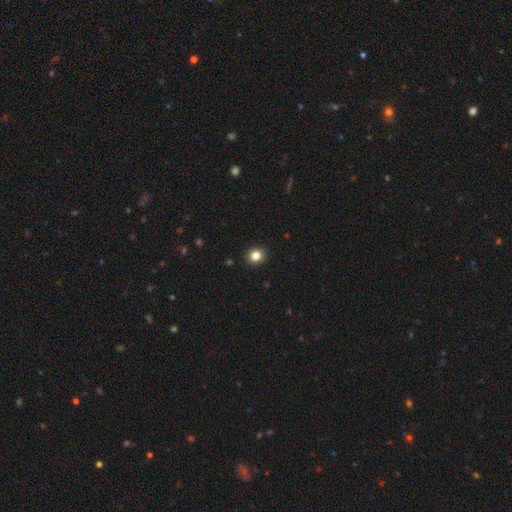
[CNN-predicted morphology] The model was most divided on "how rounded": round: 81%, in between: 18%, cigar-shaped: 1%. More confident: merging — none (92%); smooth or featured — smooth (83%).